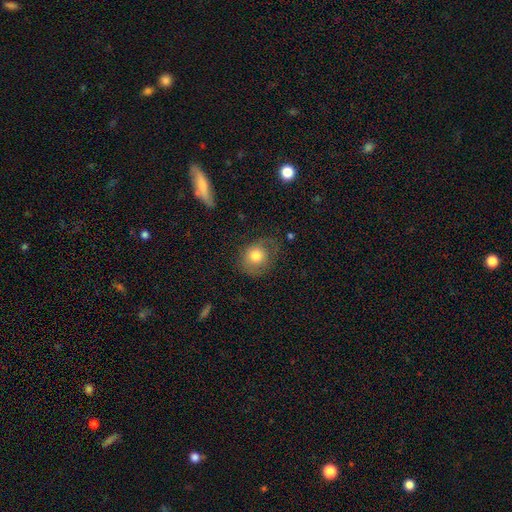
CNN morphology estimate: Smooth or featured? Predicted: smooth (p=0.74). How rounded? Predicted: round (p=0.73). Merging? Predicted: none (p=0.57).